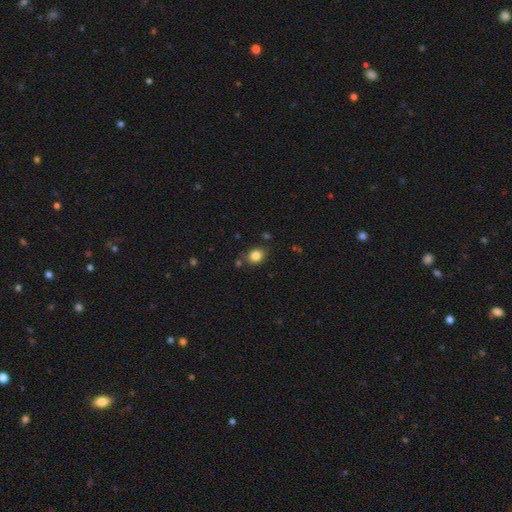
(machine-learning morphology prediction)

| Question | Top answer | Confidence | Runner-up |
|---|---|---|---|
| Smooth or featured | smooth | 83% | star or artifact (11%) |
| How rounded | round | 53% | in between (46%) |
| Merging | none | 77% | minor disturbance (14%) |